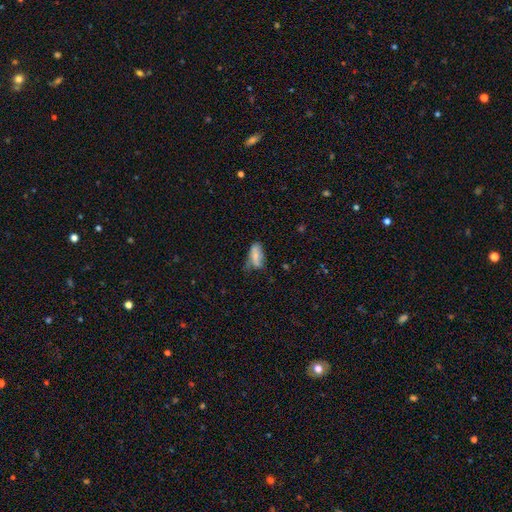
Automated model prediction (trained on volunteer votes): Q: Smooth or featured?
A: smooth (75%); runner-up: featured or disk (17%)
Q: How rounded?
A: in between (84%); runner-up: cigar-shaped (13%)
Q: Merging?
A: none (42%); runner-up: minor disturbance (38%)